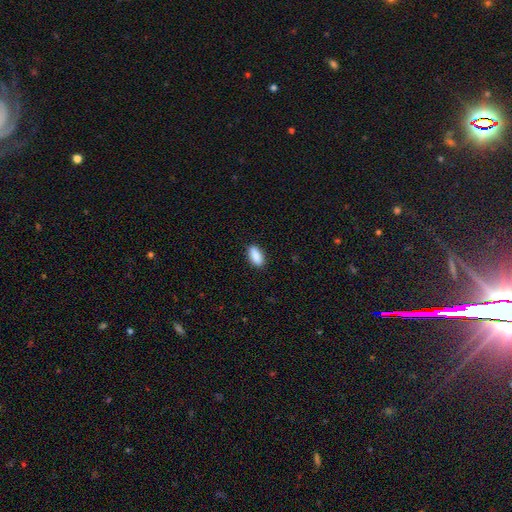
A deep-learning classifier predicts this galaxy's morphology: Smooth or featured? smooth (89%)
How rounded? in between (86%)
Merging? none (89%)